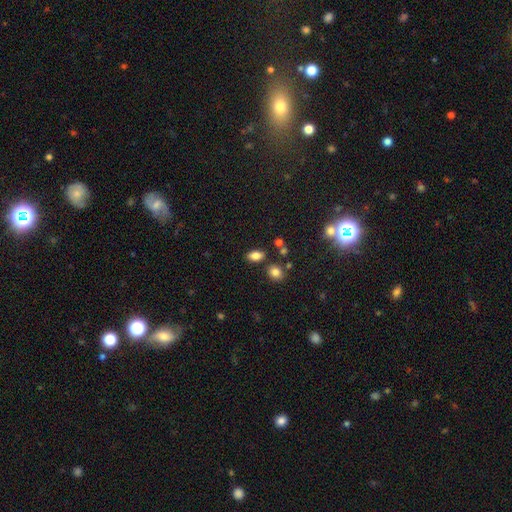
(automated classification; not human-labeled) A smooth galaxy with no disk features (81%) that is in between round and cigar-shaped (86%).

Vote fractions:
- Smooth or featured? smooth: 81% / star or artifact: 11% / featured or disk: 8%
- How rounded? in between: 86% / round: 11% / cigar-shaped: 3%
- Merging? none: 78% / minor disturbance: 11% / merger: 8% / major disturbance: 3%